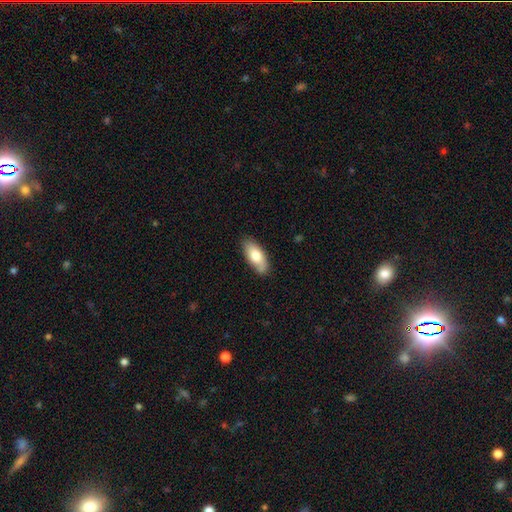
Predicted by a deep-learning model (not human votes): This is likely a smooth galaxy (75%). How rounded: clearly in between (85%). Merging: likely none (78%).